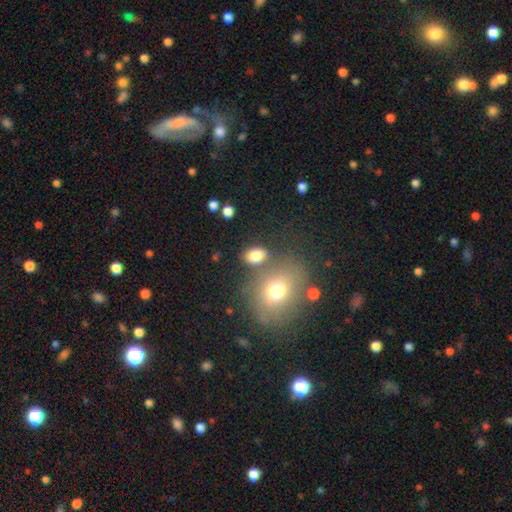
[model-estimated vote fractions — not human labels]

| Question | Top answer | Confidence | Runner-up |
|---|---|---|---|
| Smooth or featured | smooth | 79% | star or artifact (11%) |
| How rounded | in between | 77% | round (22%) |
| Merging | none | 65% | merger (15%) |